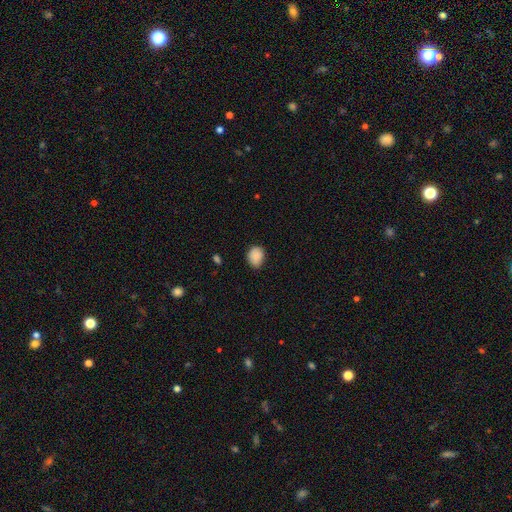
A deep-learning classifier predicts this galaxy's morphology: This appears to be a smooth galaxy with no disk features (88%) that is round (51%). Merging: none (76%).